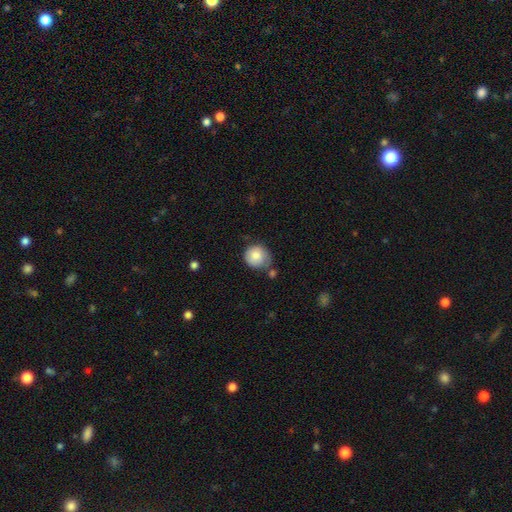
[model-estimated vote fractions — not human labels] A smooth galaxy with no disk features (81%) that is round (87%). Merging: none (59%).